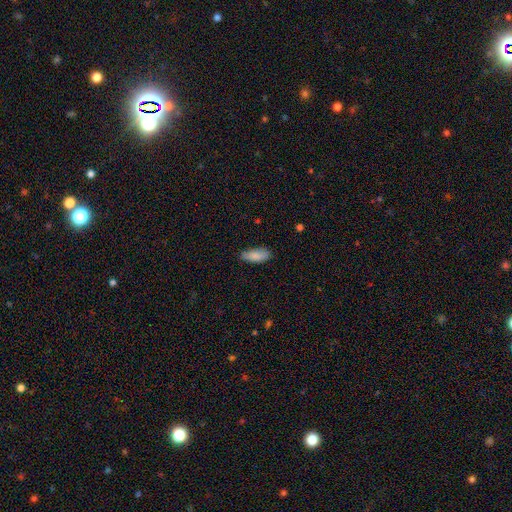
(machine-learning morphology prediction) A smooth galaxy with no disk features (87%) that is in between round and cigar-shaped (76%).

Vote fractions:
- Smooth or featured? smooth: 87% / featured or disk: 7% / star or artifact: 6%
- How rounded? in between: 76% / cigar-shaped: 22% / round: 2%
- Merging? none: 76% / minor disturbance: 20% / major disturbance: 3% / merger: 1%